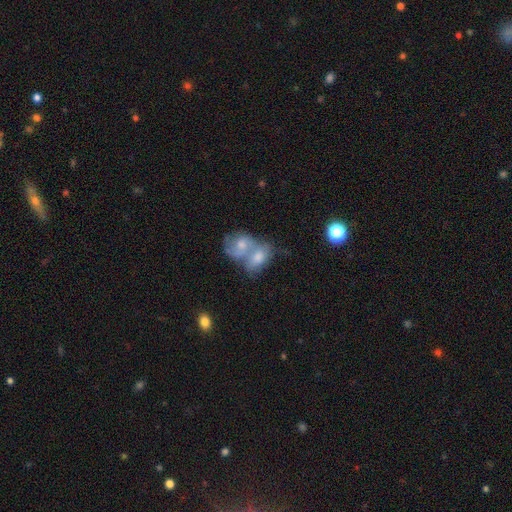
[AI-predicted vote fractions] A smooth galaxy with no disk features (49%).

Vote fractions:
- Smooth or featured? smooth: 49% / featured or disk: 41% / star or artifact: 10%
- Merging? merger: 72% / none: 16% / minor disturbance: 7% / major disturbance: 5%